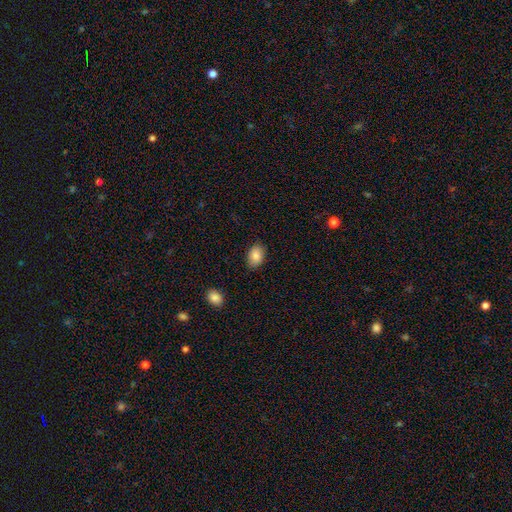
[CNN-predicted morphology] Smooth or featured?
  - smooth: 87% *
  - star or artifact: 8%
  - featured or disk: 6%
How rounded?
  - in between: 85% *
  - round: 14%
  - cigar-shaped: 1%
Merging?
  - none: 85% *
  - minor disturbance: 11%
  - major disturbance: 2%
  - merger: 1%